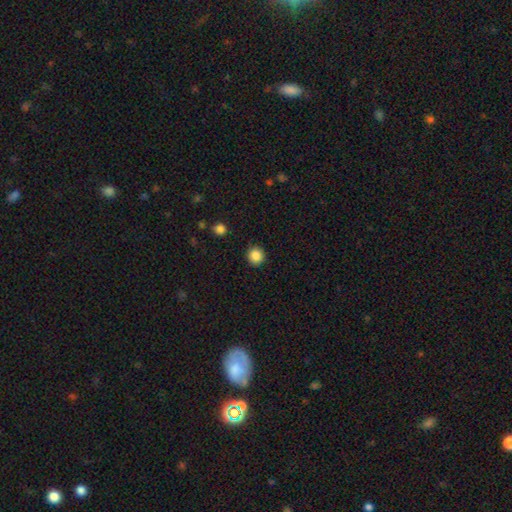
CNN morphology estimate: Smooth or featured: smooth — 86% (star or artifact — 10%)
How rounded: round — 93% (in between — 6%)
Merging: none — 92% (minor disturbance — 5%)